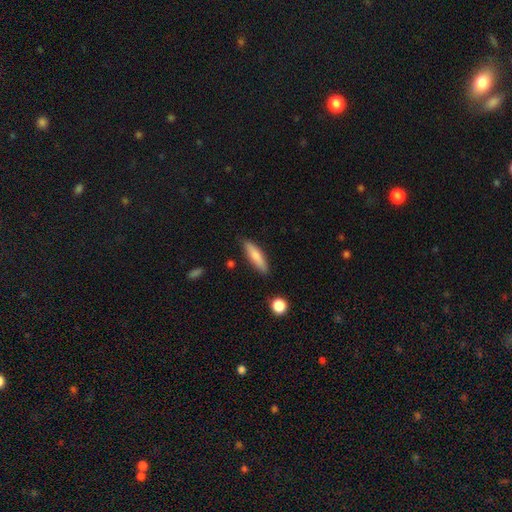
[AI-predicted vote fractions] smooth_or_featured: smooth (p=0.77) [alt: featured or disk p=0.17]
how_rounded: cigar-shaped (p=0.70) [alt: in between p=0.28]
merging: none (p=0.85) [alt: minor disturbance p=0.11]